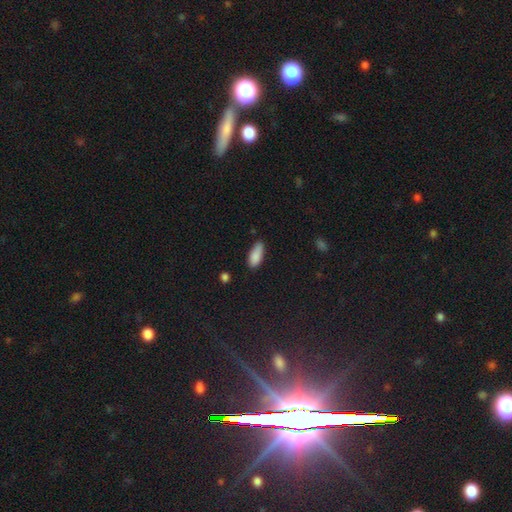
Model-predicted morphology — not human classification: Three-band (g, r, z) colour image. It shows a smooth galaxy with no disk features (87%) that is in between round and cigar-shaped (80%). Merging: none (68%).